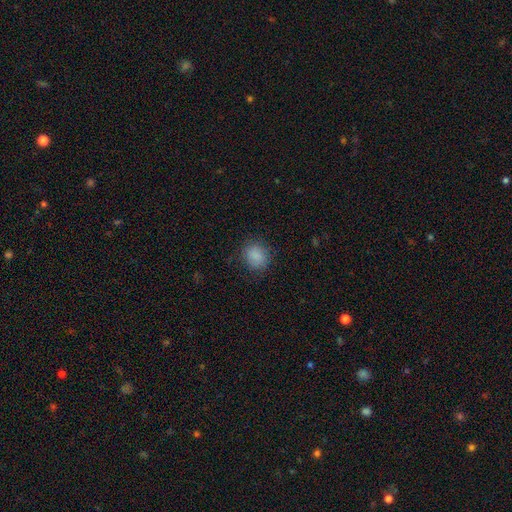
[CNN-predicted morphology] Smooth or featured? Predicted: smooth (p=0.86). How rounded? Predicted: round (p=0.73). Merging? Predicted: none (p=0.82).